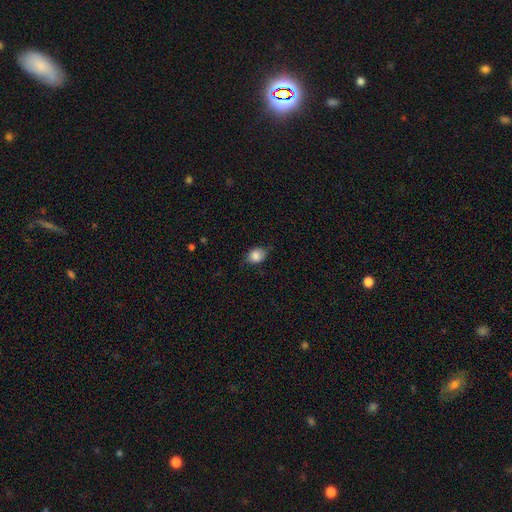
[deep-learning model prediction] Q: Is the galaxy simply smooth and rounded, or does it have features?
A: smooth — 84%.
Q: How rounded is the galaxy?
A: in between — 63%.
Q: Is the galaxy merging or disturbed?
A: none — 71%.